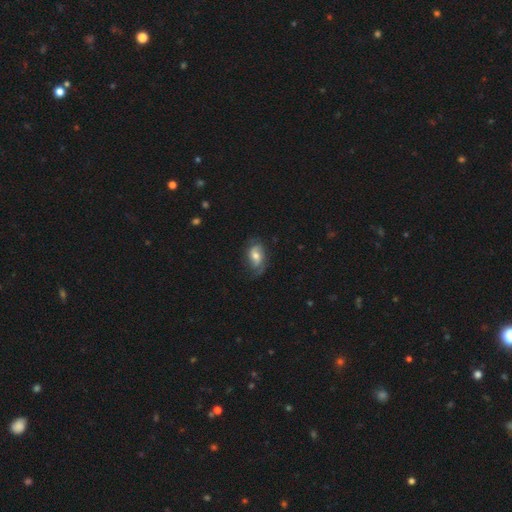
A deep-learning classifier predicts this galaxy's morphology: Smooth or featured?
  - featured or disk: 63% *
  - smooth: 30%
  - star or artifact: 7%
Edge-on disk?
  - no: 96% *
  - yes: 4%
Bar?
  - no: 53% *
  - weak: 37%
  - strong: 11%
Spiral arms?
  - yes: 86% *
  - no: 14%
Spiral winding?
  - medium: 40% *
  - loose: 33%
  - tight: 27%
Spiral arm count?
  - 2: 66% *
  - 1: 15%
  - can't tell: 14%
  - 3: 3%
  - 4: 1%
  - more than 4: 1%
Bulge size?
  - moderate: 68% *
  - small: 21%
  - large: 8%
  - none: 2%
  - dominant: 1%
Merging?
  - none: 59% *
  - minor disturbance: 25%
  - major disturbance: 14%
  - merger: 1%